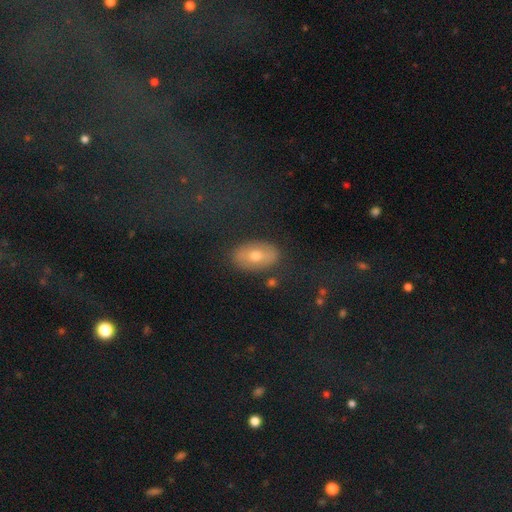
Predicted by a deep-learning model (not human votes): smooth 55%, featured or disk 34%, star or artifact 11%. Down the decision tree: how rounded — in between (89%); merging — none (84%).